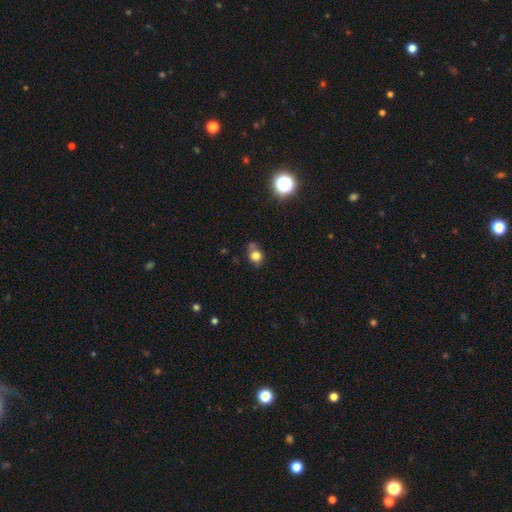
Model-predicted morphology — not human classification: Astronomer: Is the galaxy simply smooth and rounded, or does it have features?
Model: smooth — 77%.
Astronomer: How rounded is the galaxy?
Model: round — 71%.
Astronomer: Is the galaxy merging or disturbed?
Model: none — 58%.